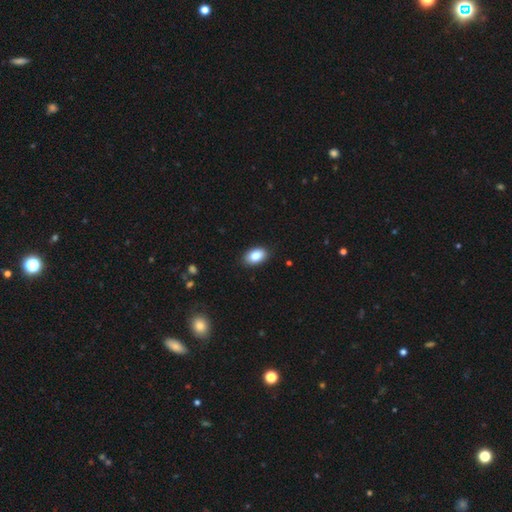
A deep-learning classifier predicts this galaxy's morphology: This appears to be a smooth galaxy with no disk features (85%) that is in between round and cigar-shaped (91%). Merging: none (89%).